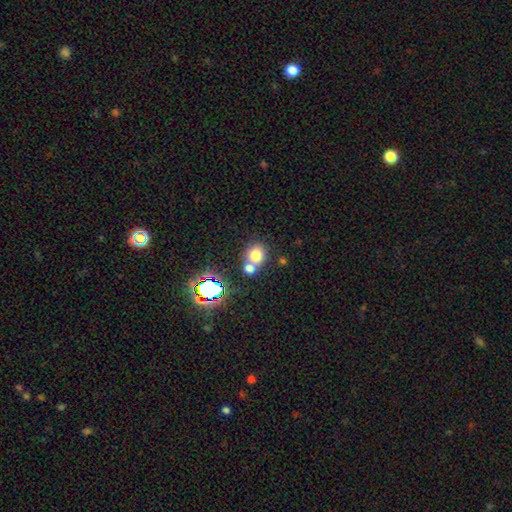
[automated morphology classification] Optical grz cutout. It shows a smooth galaxy with no disk features (75%) that is round (74%). Merging: none (48%).